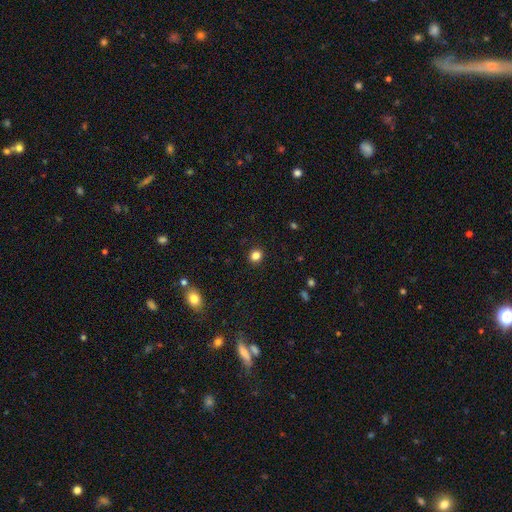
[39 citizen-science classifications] smooth_or_featured: smooth (p=0.85) [alt: star or artifact p=0.10]
how_rounded: round (p=0.94) [alt: in between p=0.06]
merging: none (p=0.83) [alt: minor disturbance p=0.11]